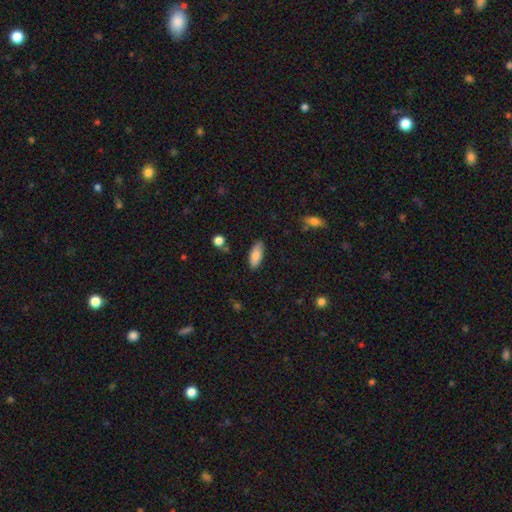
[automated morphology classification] smooth_or_featured: smooth (p=0.83) [alt: featured or disk p=0.11]
how_rounded: in between (p=0.82) [alt: cigar-shaped p=0.16]
merging: none (p=0.82) [alt: minor disturbance p=0.13]